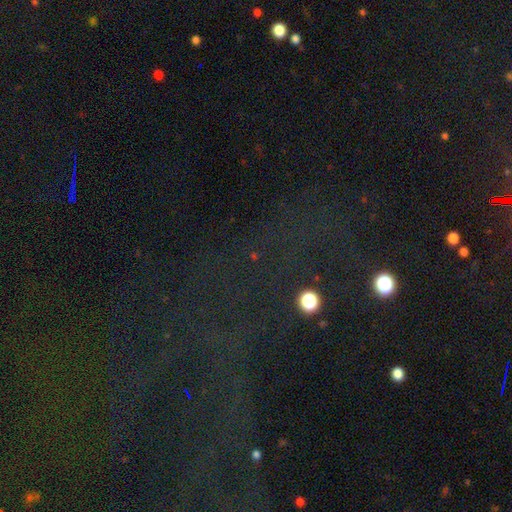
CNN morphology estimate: smooth_or_featured: star or artifact (p=0.80) [alt: smooth p=0.11]